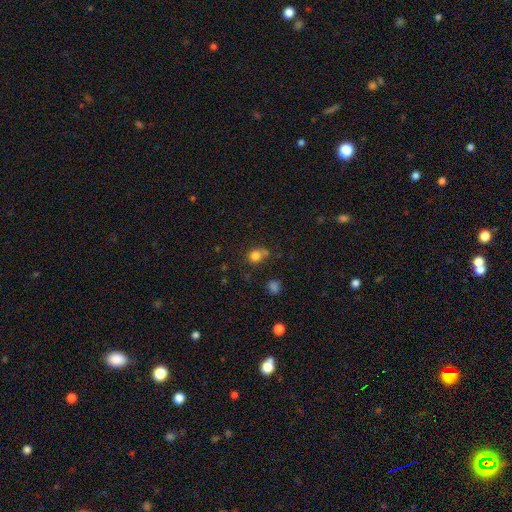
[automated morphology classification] Smooth or featured?
  - smooth: 79% *
  - star or artifact: 13%
  - featured or disk: 8%
How rounded?
  - round: 67% *
  - in between: 32%
  - cigar-shaped: 1%
Merging?
  - none: 53% *
  - minor disturbance: 20%
  - merger: 19%
  - major disturbance: 7%